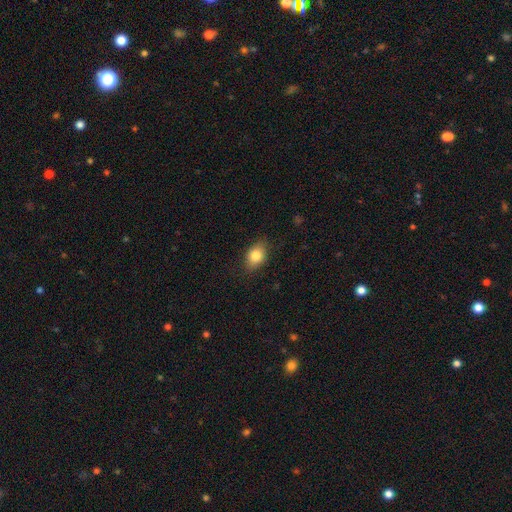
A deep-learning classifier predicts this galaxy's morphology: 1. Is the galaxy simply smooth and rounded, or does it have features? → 82% smooth, 10% featured or disk, 8% star or artifact.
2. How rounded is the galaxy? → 76% in between, 21% round, 2% cigar-shaped.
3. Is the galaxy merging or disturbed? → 81% none, 14% minor disturbance, 3% major disturbance, 1% merger.